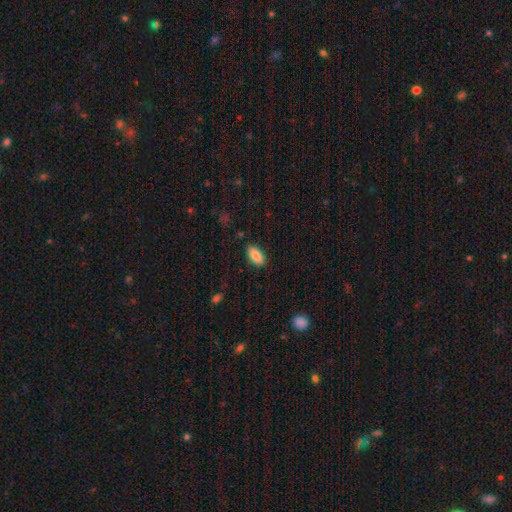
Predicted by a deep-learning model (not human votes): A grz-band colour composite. It shows a smooth galaxy with no disk features (86%) that is in between round and cigar-shaped (91%). Merging: none (86%).